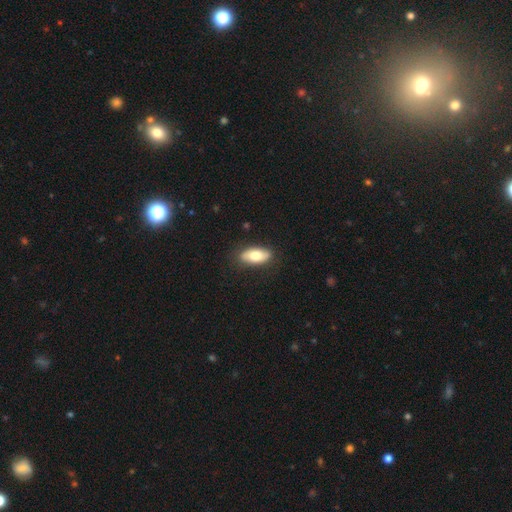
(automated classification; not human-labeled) Q: Smooth or featured?
A: smooth (72%); runner-up: featured or disk (22%)
Q: How rounded?
A: in between (86%); runner-up: cigar-shaped (11%)
Q: Merging?
A: none (85%); runner-up: minor disturbance (11%)